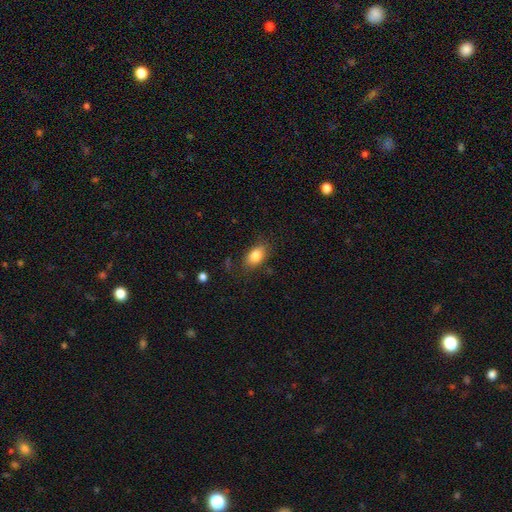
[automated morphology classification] Q: Smooth or featured?
A: smooth (82%); runner-up: featured or disk (10%)
Q: How rounded?
A: in between (87%); runner-up: round (10%)
Q: Merging?
A: none (79%); runner-up: minor disturbance (15%)